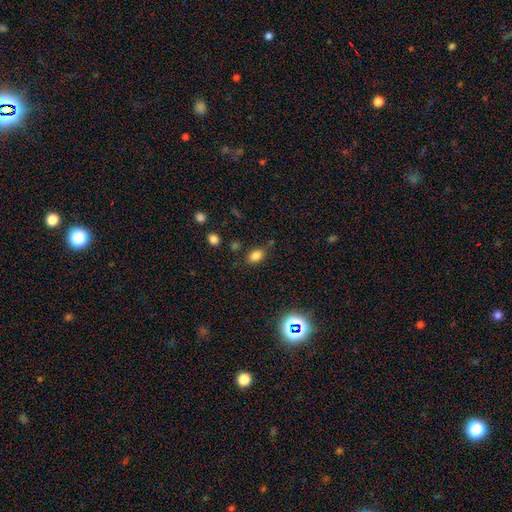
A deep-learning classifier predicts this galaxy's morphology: smooth 81%, star or artifact 12%, featured or disk 6%. Down the decision tree: how rounded — in between (83%); merging — none (79%).